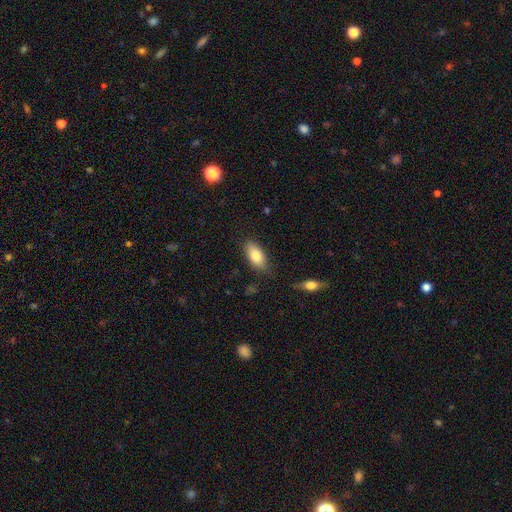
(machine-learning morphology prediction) smooth_or_featured: smooth (p=0.81) [alt: featured or disk p=0.12]
how_rounded: in between (p=0.88) [alt: cigar-shaped p=0.09]
merging: none (p=0.80) [alt: minor disturbance p=0.14]